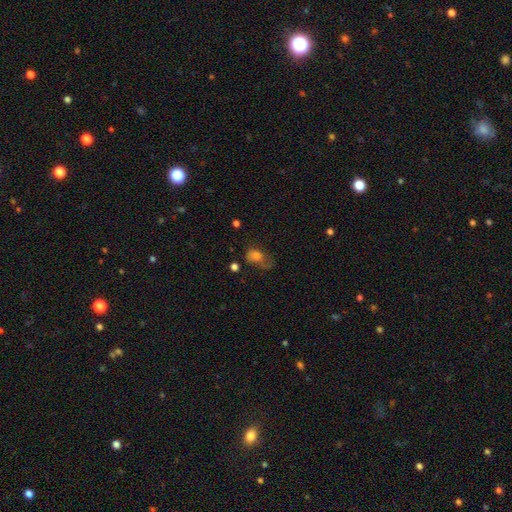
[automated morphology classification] Smooth or featured? smooth (69%)
How rounded? in between (66%)
Merging? major disturbance (37%)